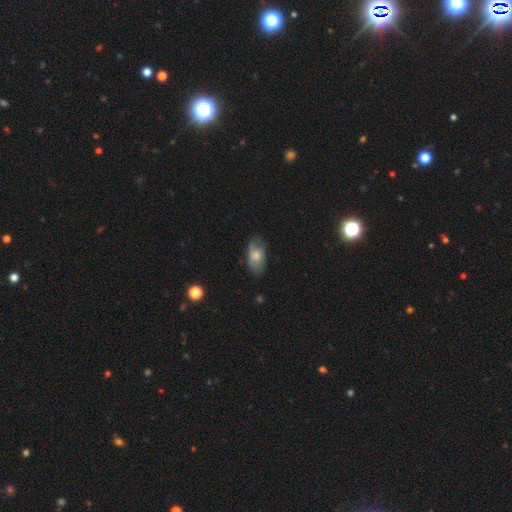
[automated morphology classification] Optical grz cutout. It shows a smooth galaxy with no disk features (66%) that is in between round and cigar-shaped (92%). Merging: none (68%).